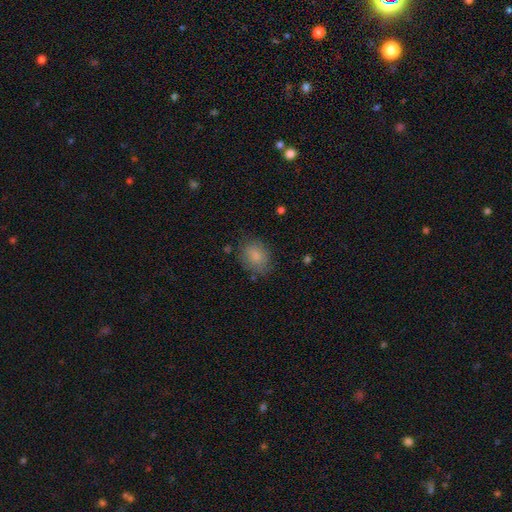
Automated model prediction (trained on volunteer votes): Smooth or featured? smooth (84%)
How rounded? in between (56%)
Merging? none (75%)